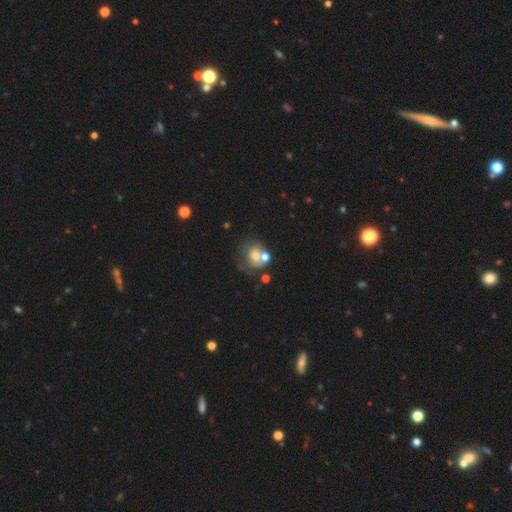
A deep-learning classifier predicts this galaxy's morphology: This is possibly a smooth galaxy (59%). How rounded: likely round (69%). Merging: marginally none (37%).